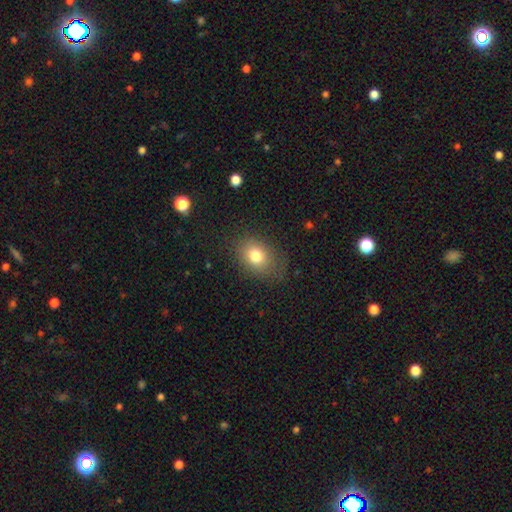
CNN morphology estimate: Smooth or featured? smooth (78%)
How rounded? in between (65%)
Merging? none (76%)